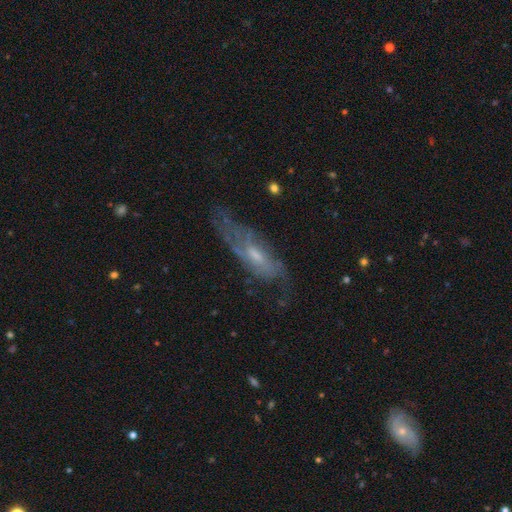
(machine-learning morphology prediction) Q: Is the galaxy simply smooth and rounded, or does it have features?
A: featured or disk — 67%.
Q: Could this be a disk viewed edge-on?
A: no — 74%.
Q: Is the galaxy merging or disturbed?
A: none — 55%.